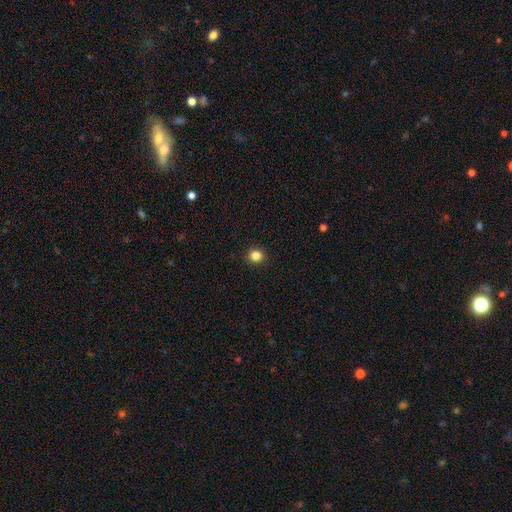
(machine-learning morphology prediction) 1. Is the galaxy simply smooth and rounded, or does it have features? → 84% smooth, 12% star or artifact, 4% featured or disk.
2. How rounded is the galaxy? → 86% round, 13% in between, 1% cigar-shaped.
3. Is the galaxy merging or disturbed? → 92% none, 5% minor disturbance, 2% major disturbance, 1% merger.